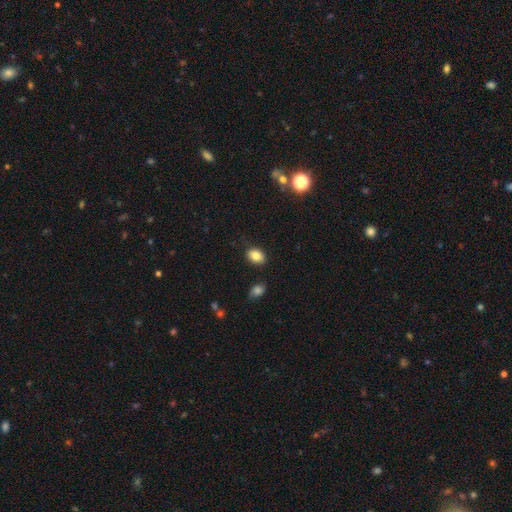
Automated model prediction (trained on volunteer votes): Smooth or featured? smooth (83%)
How rounded? in between (74%)
Merging? none (84%)